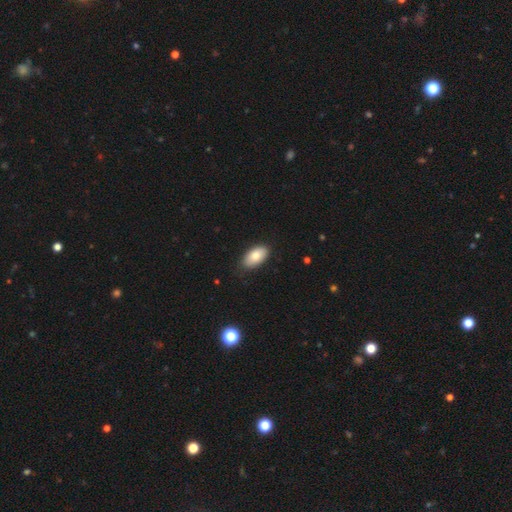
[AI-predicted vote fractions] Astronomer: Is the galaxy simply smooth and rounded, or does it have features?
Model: smooth — 83%.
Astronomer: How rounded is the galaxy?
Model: in between — 94%.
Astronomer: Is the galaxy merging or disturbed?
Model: none — 83%.